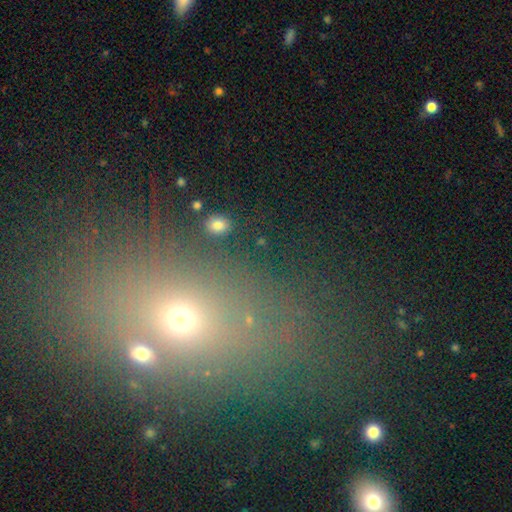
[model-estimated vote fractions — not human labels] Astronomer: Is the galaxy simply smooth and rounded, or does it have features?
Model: smooth — 54% (runner-up: star or artifact, 29%).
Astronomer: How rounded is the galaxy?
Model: in between — 67%.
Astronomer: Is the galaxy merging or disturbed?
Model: none — 75%.